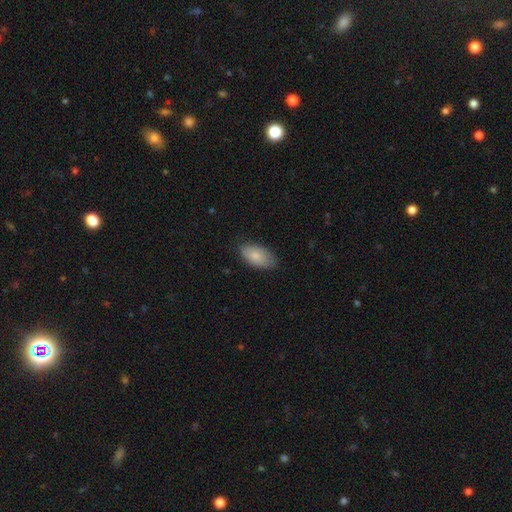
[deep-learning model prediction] smooth_or_featured: smooth (p=0.83) [alt: featured or disk p=0.10]
how_rounded: in between (p=0.94) [alt: round p=0.03]
merging: none (p=0.79) [alt: minor disturbance p=0.17]